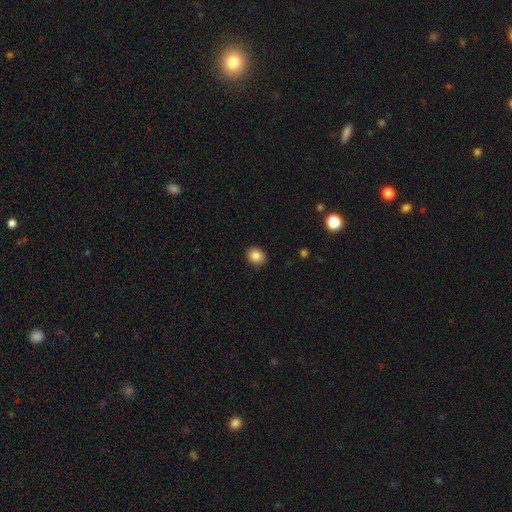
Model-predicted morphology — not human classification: Smooth or featured: smooth — 86% (star or artifact — 9%)
How rounded: round — 61% (in between — 38%)
Merging: none — 89% (minor disturbance — 8%)